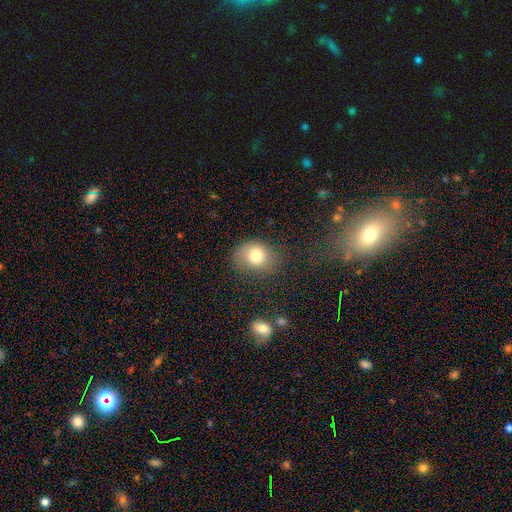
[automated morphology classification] Smooth or featured? Predicted: smooth (p=0.78). How rounded? Predicted: round (p=0.51). Merging? Predicted: none (p=0.64).